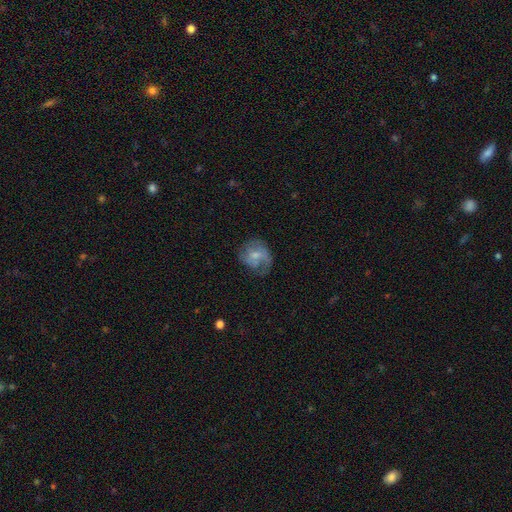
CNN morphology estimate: A featured or disk galaxy (52%) with no bar (57%), spiral arms (75%) and a small central bulge (45%). Merging: none (50%).